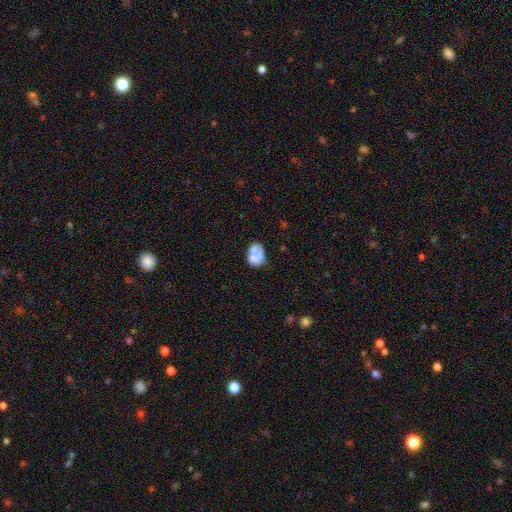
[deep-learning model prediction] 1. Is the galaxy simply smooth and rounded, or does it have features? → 59% smooth, 32% featured or disk, 9% star or artifact.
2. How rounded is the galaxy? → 63% in between, 36% round, 1% cigar-shaped.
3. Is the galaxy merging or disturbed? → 39% merger, 29% none, 17% minor disturbance, 16% major disturbance.